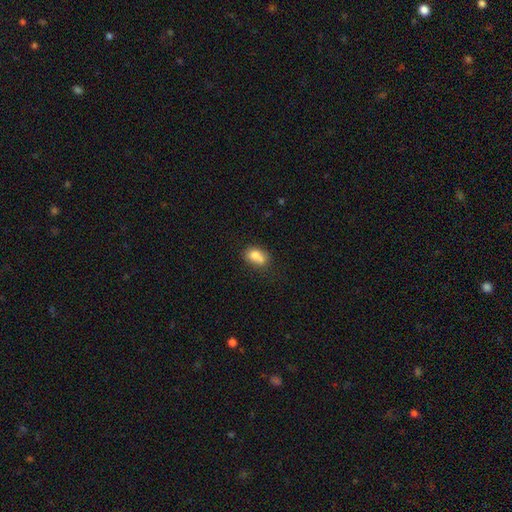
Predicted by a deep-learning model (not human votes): Smooth or featured? smooth (74%)
How rounded? in between (63%)
Merging? merger (42%)